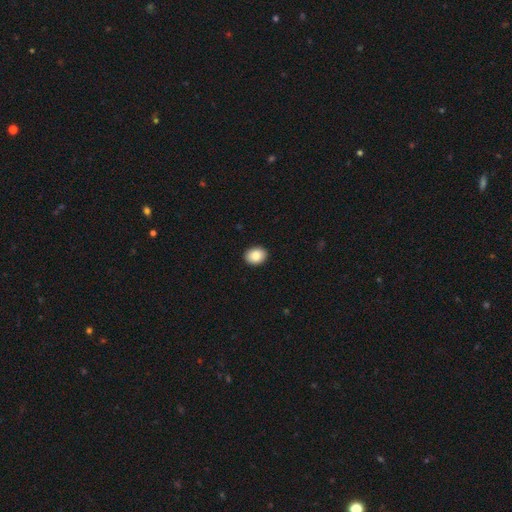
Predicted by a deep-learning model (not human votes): Smooth or featured?
  - smooth: 87% *
  - star or artifact: 8%
  - featured or disk: 6%
How rounded?
  - in between: 55% *
  - round: 44%
  - cigar-shaped: 1%
Merging?
  - none: 92% *
  - minor disturbance: 6%
  - major disturbance: 2%
  - merger: 1%